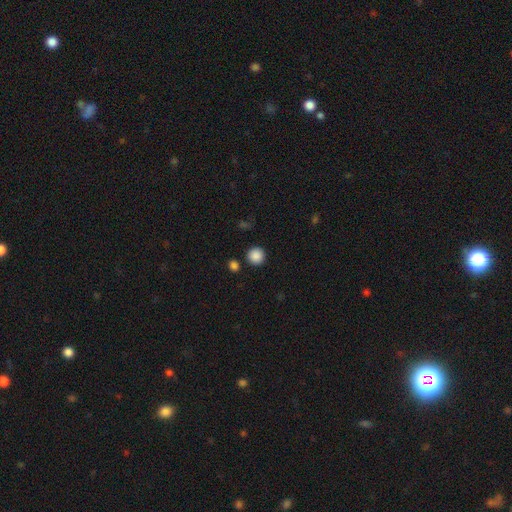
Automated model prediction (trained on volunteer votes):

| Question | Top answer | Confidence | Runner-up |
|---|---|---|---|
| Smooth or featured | smooth | 88% | star or artifact (9%) |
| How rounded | round | 94% | in between (5%) |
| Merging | none | 88% | minor disturbance (6%) |